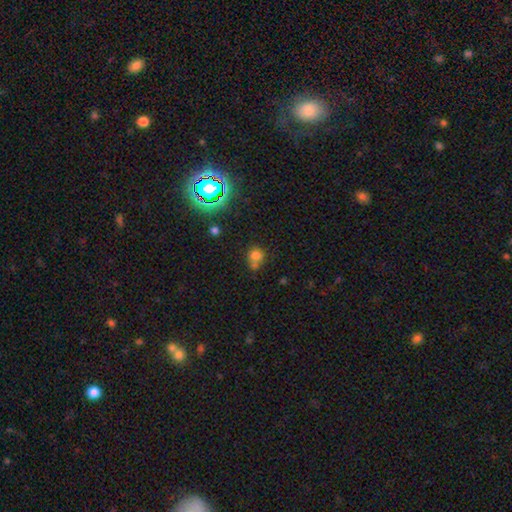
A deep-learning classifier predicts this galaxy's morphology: smooth_or_featured: smooth (p=0.73) [alt: star or artifact p=0.17]
how_rounded: round (p=0.85) [alt: in between p=0.14]
merging: none (p=0.48) [alt: merger p=0.39]